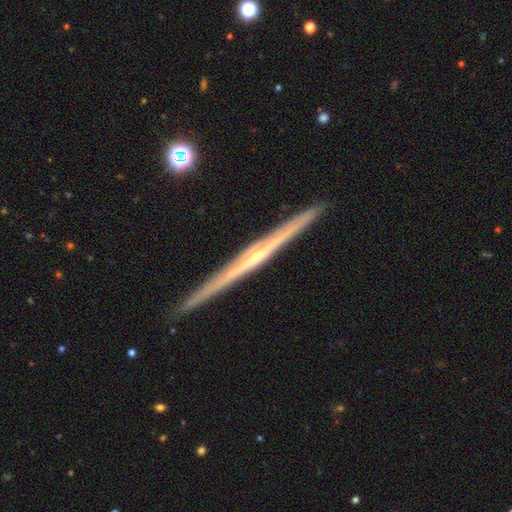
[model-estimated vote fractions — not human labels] smooth-or-featured: featured or disk: 83% | smooth: 11% | star or artifact: 5%
  disk-edge-on: yes: 98% | no: 2%
    edge-on-bulge: rounded: 61% | none: 35% | boxy: 4%
  merging: none: 92% | minor disturbance: 6% | merger: 1% | major disturbance: 1%